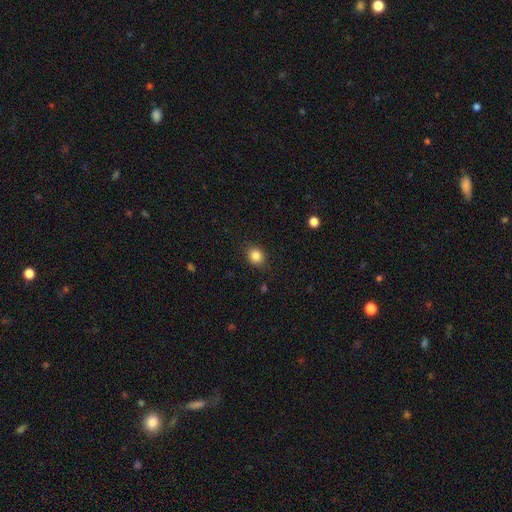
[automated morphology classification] A smooth galaxy with no disk features (85%) that is round (61%). Merging: none (86%).